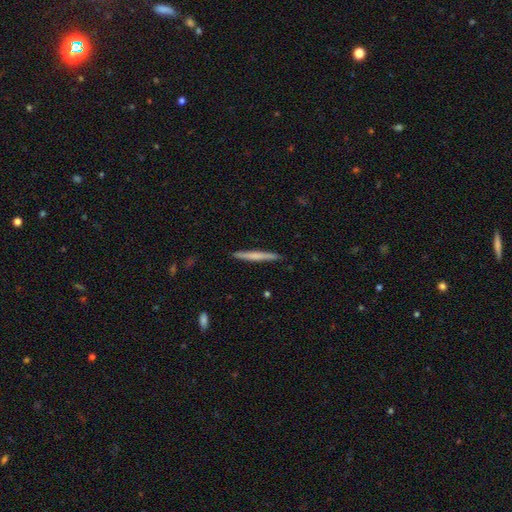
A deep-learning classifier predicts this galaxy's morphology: type=smooth (57%); roundness=cigar-shaped (97%); merging=none (91%).